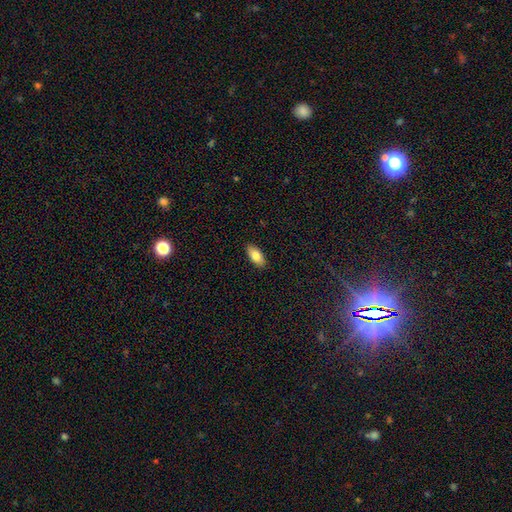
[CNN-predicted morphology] smooth 83%, featured or disk 10%, star or artifact 7%. Down the decision tree: how rounded — in between (92%); merging — none (89%).